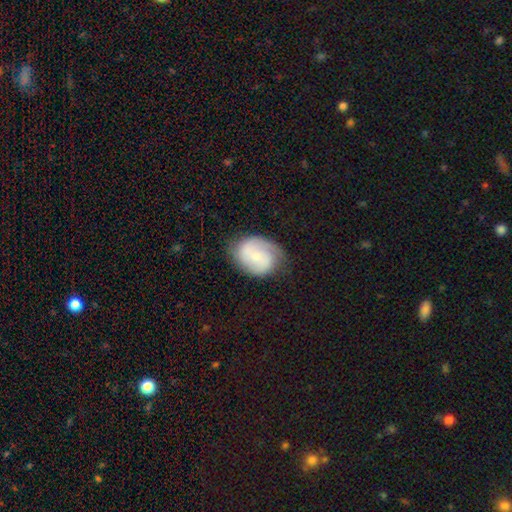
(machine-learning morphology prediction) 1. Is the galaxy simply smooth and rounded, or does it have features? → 62% featured or disk, 31% smooth, 7% star or artifact.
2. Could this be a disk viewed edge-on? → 97% no, 3% yes.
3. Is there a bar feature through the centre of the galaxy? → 59% no, 33% weak, 7% strong.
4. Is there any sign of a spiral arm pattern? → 90% yes, 10% no.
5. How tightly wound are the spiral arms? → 43% medium, 38% tight, 19% loose.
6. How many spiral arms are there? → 71% 2, 13% can't tell, 8% 1, 5% 3, 1% 4, 1% more than 4.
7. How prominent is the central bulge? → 61% small, 32% moderate, 4% none, 2% large, 1% dominant.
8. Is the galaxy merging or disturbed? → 69% none, 22% minor disturbance, 8% major disturbance, 2% merger.